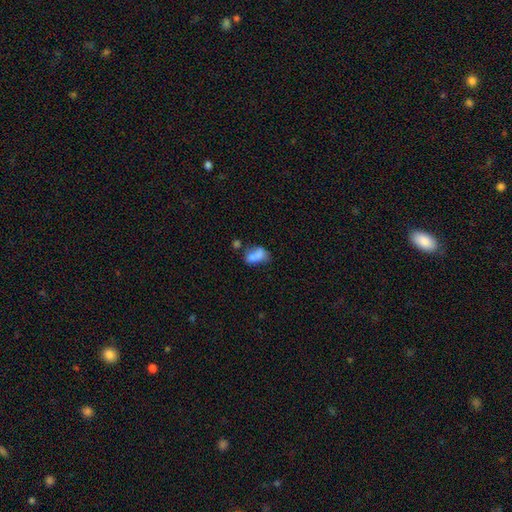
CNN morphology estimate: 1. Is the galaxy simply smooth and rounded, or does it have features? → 69% smooth, 20% featured or disk, 11% star or artifact.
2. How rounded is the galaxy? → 82% in between, 15% round, 3% cigar-shaped.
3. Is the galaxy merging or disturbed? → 45% merger, 26% none, 17% minor disturbance, 12% major disturbance.